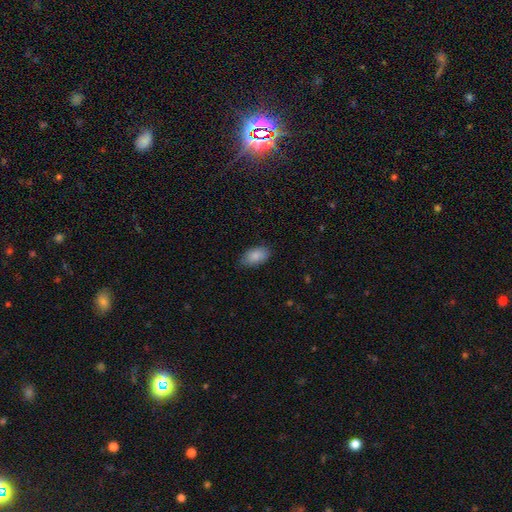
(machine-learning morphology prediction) Smooth or featured: smooth — 86% (featured or disk — 7%)
How rounded: in between — 93% (round — 5%)
Merging: none — 80% (minor disturbance — 16%)